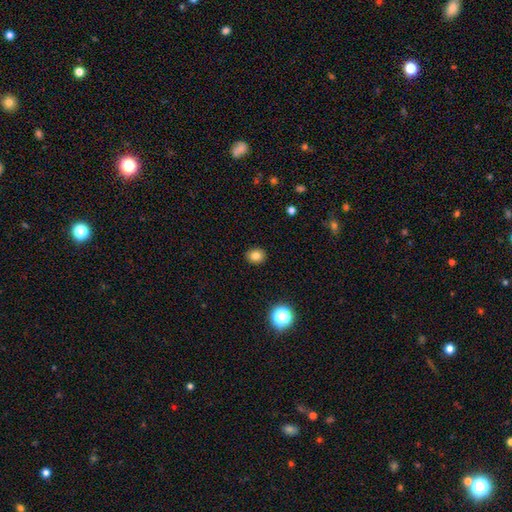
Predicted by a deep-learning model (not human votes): Q: Smooth or featured?
A: smooth (81%); runner-up: star or artifact (12%)
Q: How rounded?
A: round (64%); runner-up: in between (35%)
Q: Merging?
A: none (90%); runner-up: minor disturbance (7%)